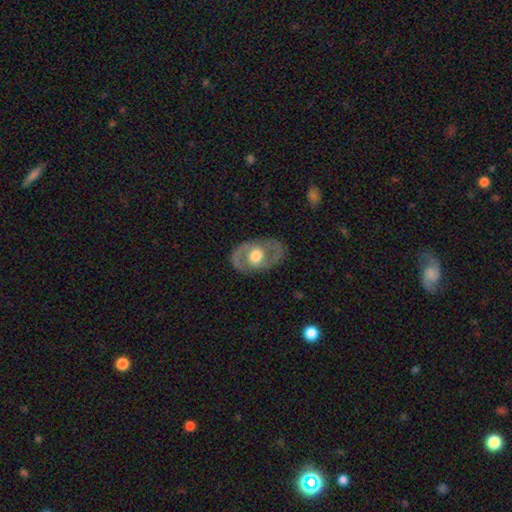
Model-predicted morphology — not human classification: A featured or disk galaxy (66%) with no bar (75%), no spiral arms (52%) and a moderate central bulge (49%).

Vote fractions:
- Smooth or featured? featured or disk: 66% / smooth: 29% / star or artifact: 5%
- Edge-on disk? no: 92% / yes: 8%
- Bar? no: 75% / weak: 20% / strong: 5%
- Spiral arms? no: 52% / yes: 48%
- Bulge size? moderate: 49% / large: 43% / small: 4% / dominant: 3% / none: 1%
- Merging? none: 80% / minor disturbance: 13% / major disturbance: 6% / merger: 1%